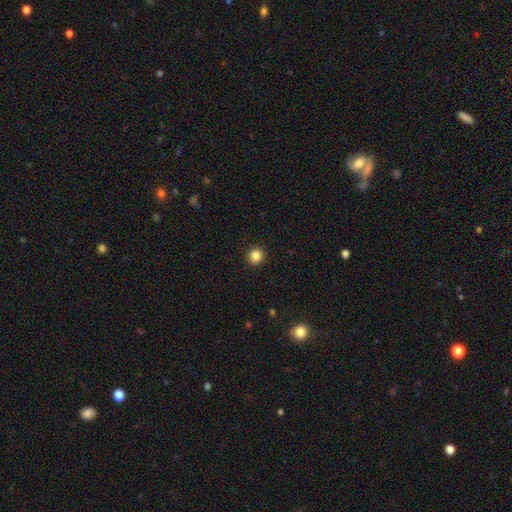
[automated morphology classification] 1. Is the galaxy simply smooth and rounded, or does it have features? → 85% smooth, 11% star or artifact, 4% featured or disk.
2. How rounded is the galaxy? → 89% round, 10% in between, 1% cigar-shaped.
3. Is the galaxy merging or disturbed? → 92% none, 5% minor disturbance, 2% major disturbance, 1% merger.